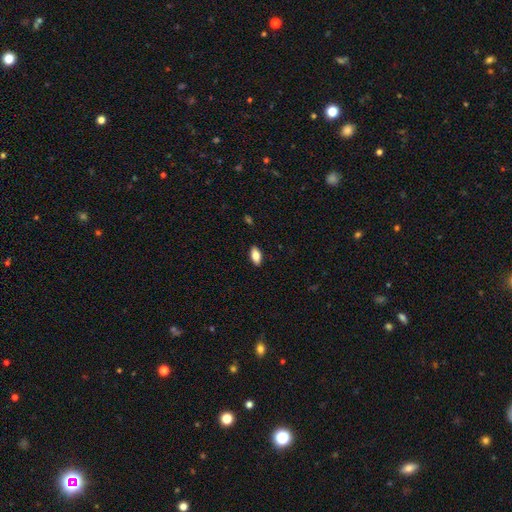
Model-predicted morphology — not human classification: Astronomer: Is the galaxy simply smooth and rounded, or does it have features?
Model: smooth — 81%.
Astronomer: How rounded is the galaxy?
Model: in between — 90%.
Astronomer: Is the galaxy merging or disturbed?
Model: none — 89%.